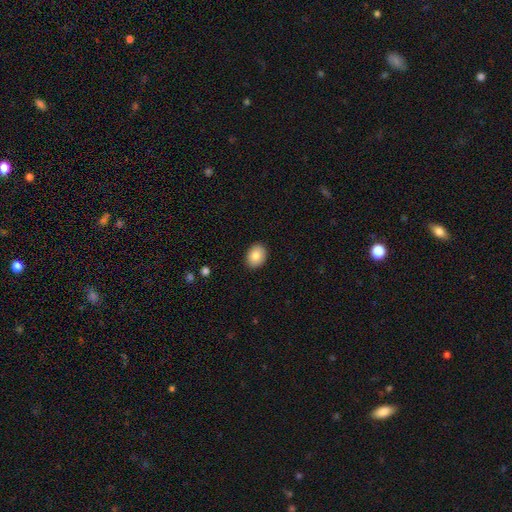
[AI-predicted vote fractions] Smooth or featured? Predicted: smooth (p=0.83). How rounded? Predicted: in between (p=0.65). Merging? Predicted: none (p=0.90).